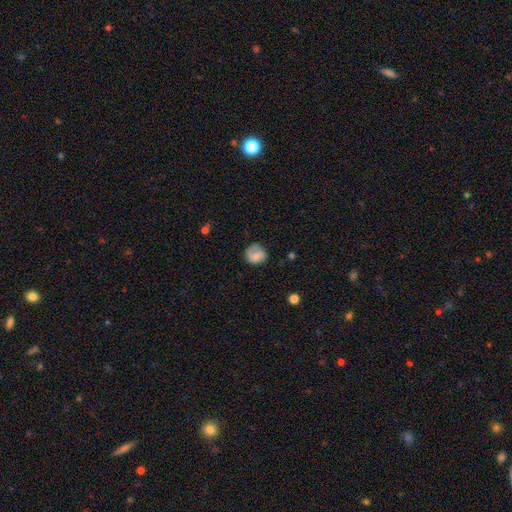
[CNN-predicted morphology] Smooth or featured? Predicted: smooth (p=0.71). How rounded? Predicted: round (p=0.75). Merging? Predicted: none (p=0.57).